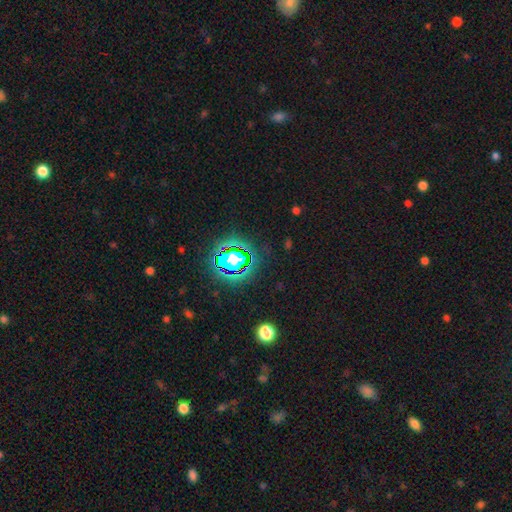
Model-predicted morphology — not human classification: The model was most divided on "smooth or featured": star or artifact: 82%, smooth: 11%, featured or disk: 7%.